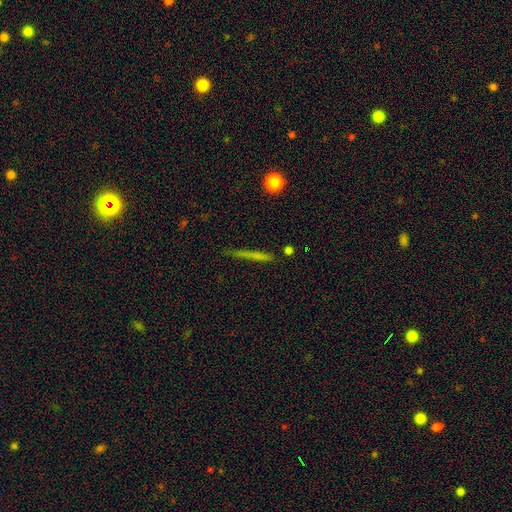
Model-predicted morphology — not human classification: Smooth or featured? Predicted: smooth (p=0.58). How rounded? Predicted: cigar-shaped (p=0.94). Merging? Predicted: none (p=0.81).